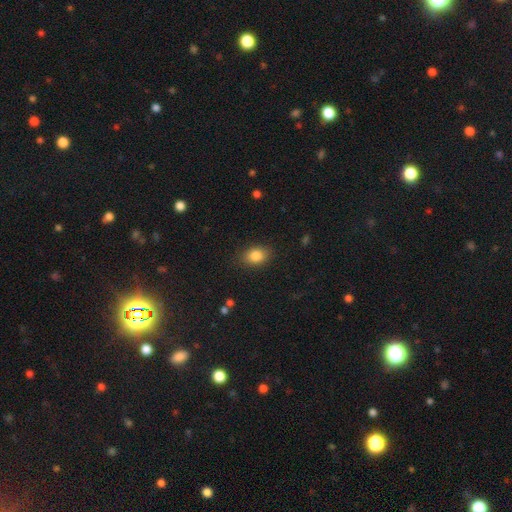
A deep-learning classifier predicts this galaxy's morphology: The model was most divided on "how rounded": in between: 68%, round: 30%, cigar-shaped: 1%. More confident: merging — none (84%); smooth or featured — smooth (84%).